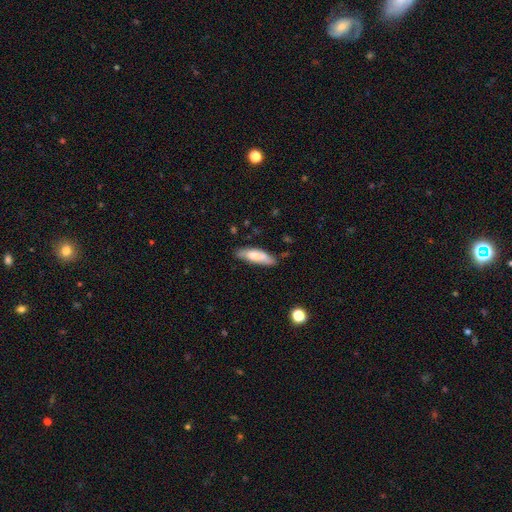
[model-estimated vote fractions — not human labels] Morphology: type=smooth (69%); roundness=cigar-shaped (51%); merging=none (71%).